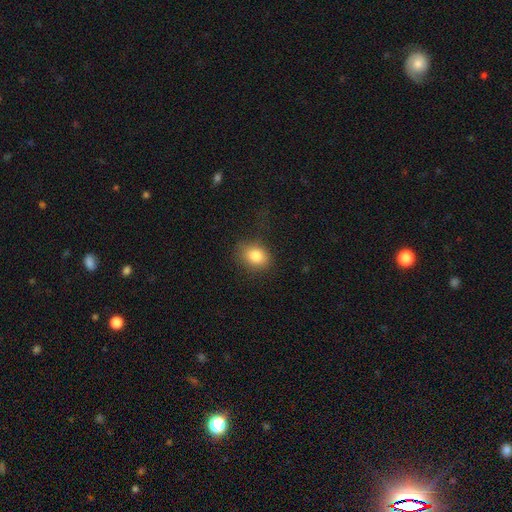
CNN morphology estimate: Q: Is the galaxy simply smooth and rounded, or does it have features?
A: smooth — 83%.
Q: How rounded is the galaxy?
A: in between — 55%.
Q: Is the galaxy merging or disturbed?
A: none — 75%.